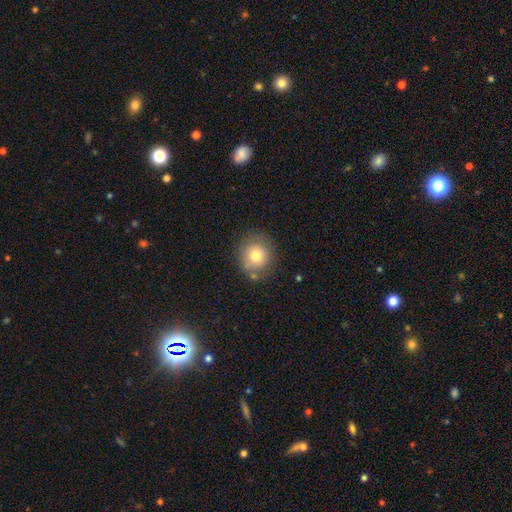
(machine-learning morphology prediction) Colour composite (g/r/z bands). It shows a smooth galaxy with no disk features (76%) that is round (84%). Merging: none (75%).